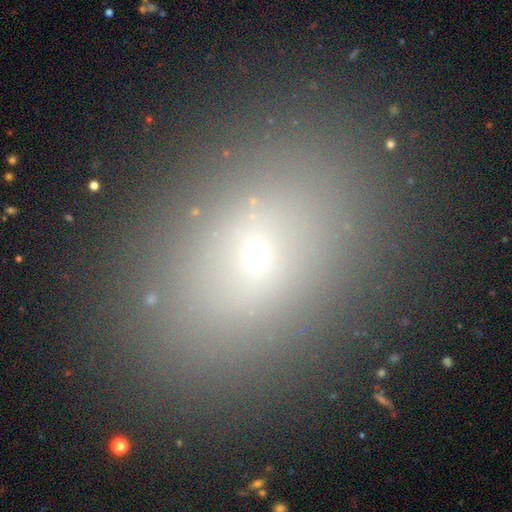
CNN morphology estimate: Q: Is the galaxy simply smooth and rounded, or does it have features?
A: smooth — 57%.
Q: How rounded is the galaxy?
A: in between — 83%.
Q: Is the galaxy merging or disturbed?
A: none — 84%.